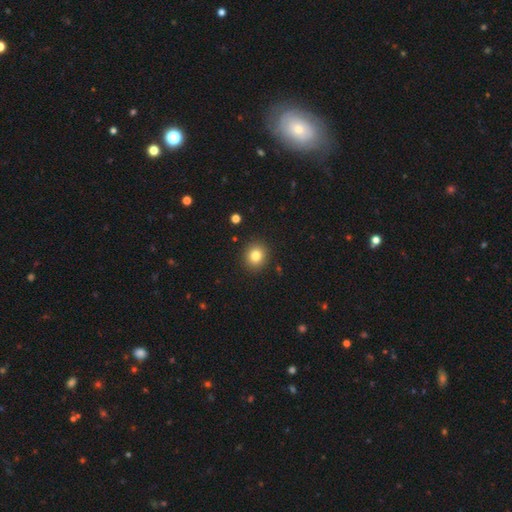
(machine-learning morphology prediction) A smooth galaxy with no disk features (82%) that is round (80%). Merging: none (90%).